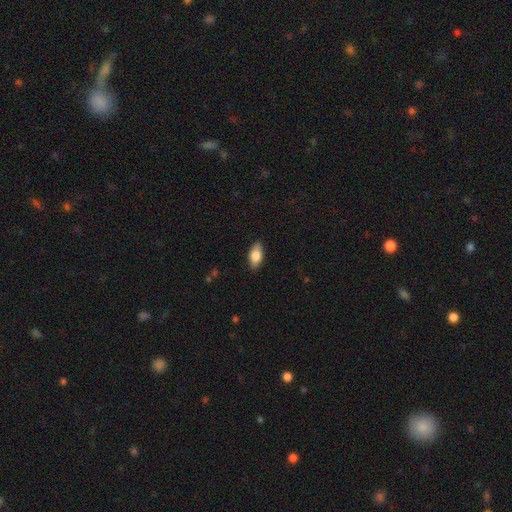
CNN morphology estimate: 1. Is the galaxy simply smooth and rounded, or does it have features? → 78% smooth, 16% featured or disk, 7% star or artifact.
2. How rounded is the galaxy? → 90% in between, 6% cigar-shaped, 4% round.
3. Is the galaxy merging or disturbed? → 86% none, 11% minor disturbance, 2% major disturbance, 1% merger.